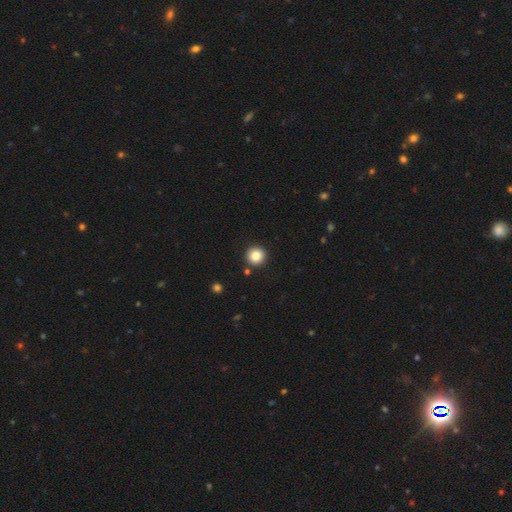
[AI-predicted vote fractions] smooth 85%, star or artifact 10%, featured or disk 5%. Down the decision tree: how rounded — round (94%); merging — none (91%).